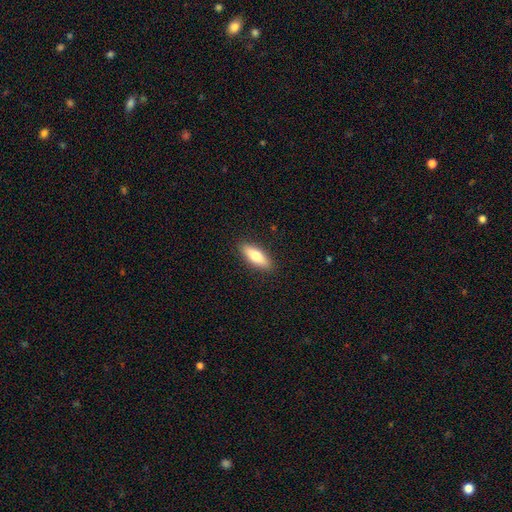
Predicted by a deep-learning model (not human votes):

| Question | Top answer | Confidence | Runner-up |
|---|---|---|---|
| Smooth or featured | smooth | 72% | featured or disk (22%) |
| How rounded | in between | 57% | cigar-shaped (41%) |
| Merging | none | 90% | minor disturbance (8%) |